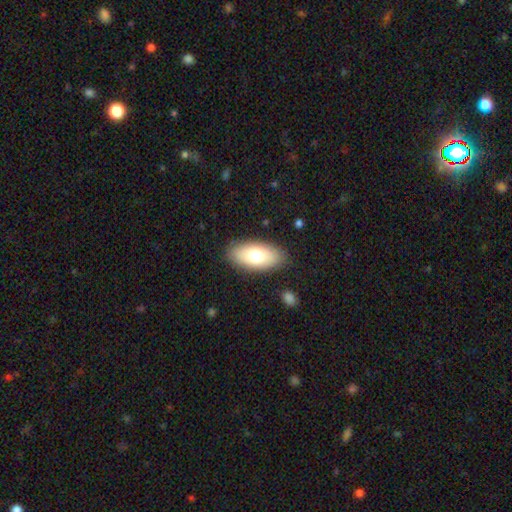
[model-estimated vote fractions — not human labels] smooth_or_featured: smooth (p=0.72) [alt: featured or disk p=0.21]
how_rounded: in between (p=0.91) [alt: cigar-shaped p=0.06]
merging: none (p=0.86) [alt: minor disturbance p=0.10]